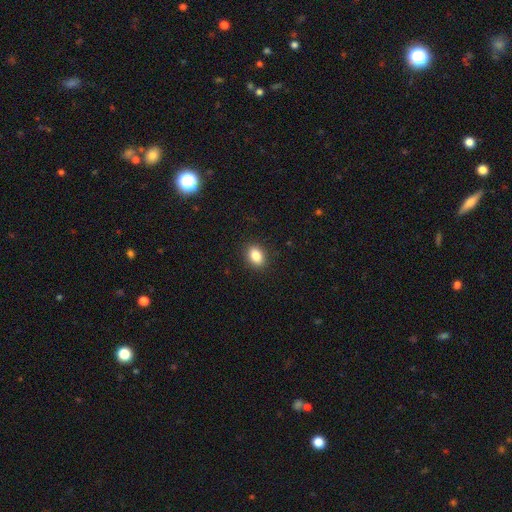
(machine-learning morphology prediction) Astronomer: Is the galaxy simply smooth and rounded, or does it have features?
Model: smooth — 85%.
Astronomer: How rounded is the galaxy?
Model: in between — 75%.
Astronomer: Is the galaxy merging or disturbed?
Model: none — 89%.